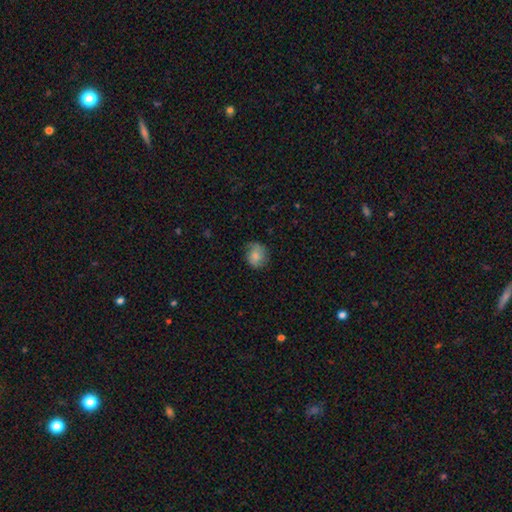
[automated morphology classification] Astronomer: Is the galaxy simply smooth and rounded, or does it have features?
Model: smooth — 77%.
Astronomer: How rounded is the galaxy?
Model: round — 72%.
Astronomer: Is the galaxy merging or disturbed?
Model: none — 68%.